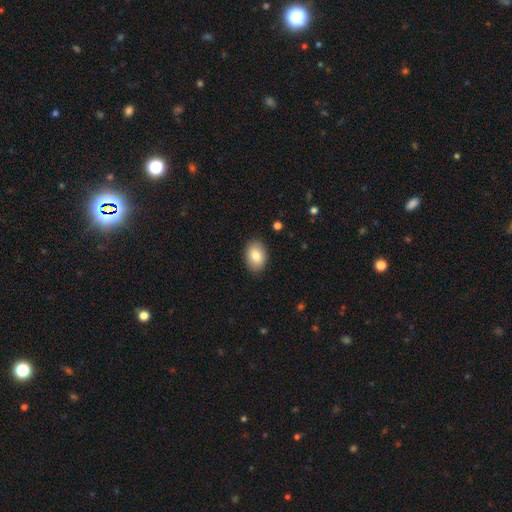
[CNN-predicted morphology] type=smooth (83%); roundness=in between (82%); merging=none (87%).